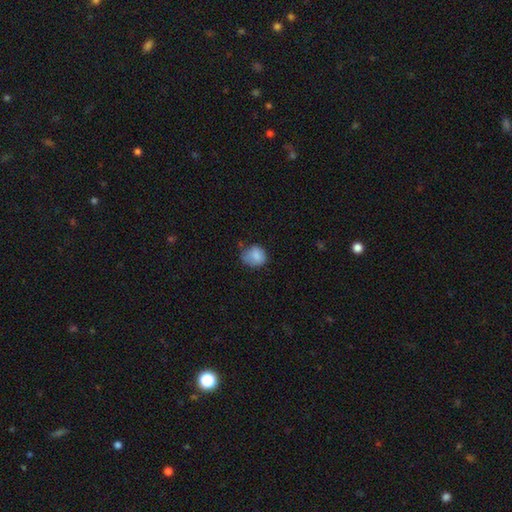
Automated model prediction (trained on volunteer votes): Smooth or featured?
  - smooth: 81% *
  - featured or disk: 10%
  - star or artifact: 9%
How rounded?
  - round: 65% *
  - in between: 34%
  - cigar-shaped: 1%
Merging?
  - none: 49% *
  - minor disturbance: 36%
  - major disturbance: 11%
  - merger: 4%